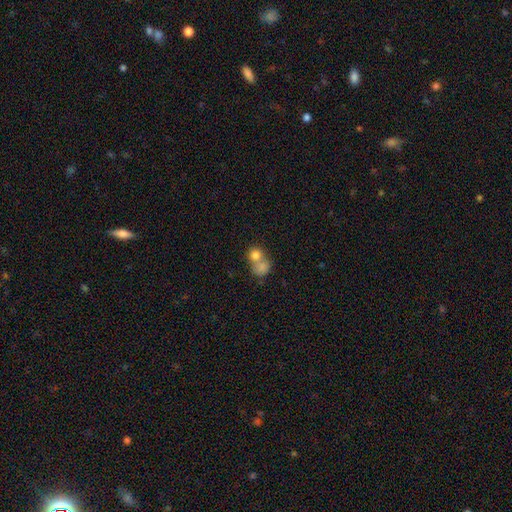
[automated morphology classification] Smooth or featured?
  - smooth: 78% *
  - featured or disk: 12%
  - star or artifact: 9%
How rounded?
  - round: 76% *
  - in between: 23%
  - cigar-shaped: 1%
Merging?
  - merger: 63% *
  - none: 27%
  - minor disturbance: 6%
  - major disturbance: 4%